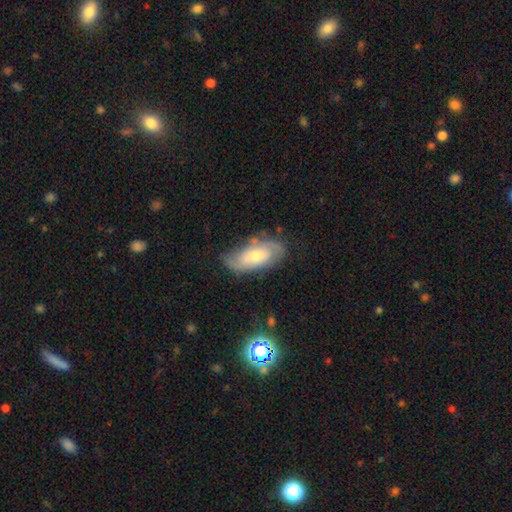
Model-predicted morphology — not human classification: The model was most divided on "smooth or featured": featured or disk: 52%, smooth: 40%, star or artifact: 8%. More confident: edge-on disk — no (89%); merging — none (66%).